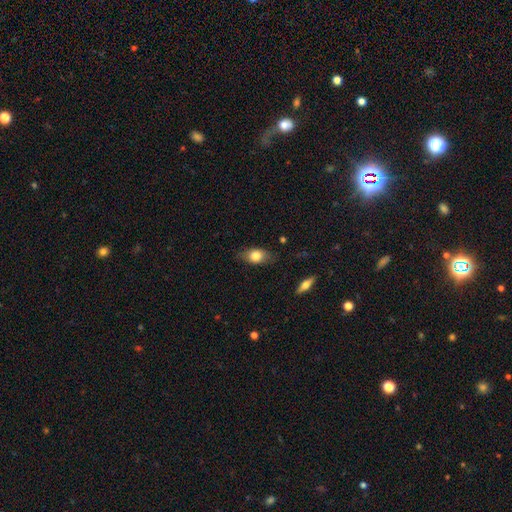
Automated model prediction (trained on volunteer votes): A smooth galaxy with no disk features (76%) that is in between round and cigar-shaped (83%). Merging: none (79%).